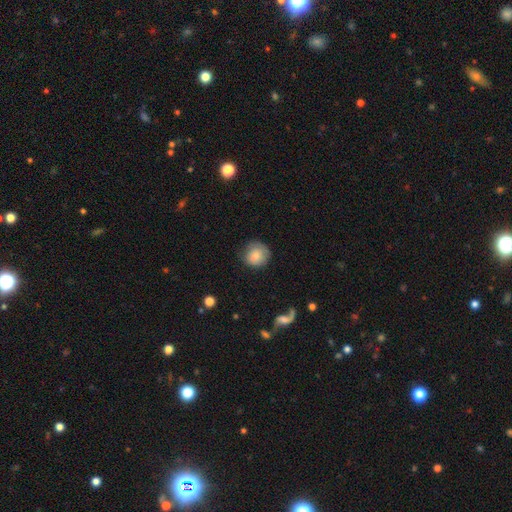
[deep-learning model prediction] smooth_or_featured: smooth (p=0.77) [alt: featured or disk p=0.16]
how_rounded: round (p=0.89) [alt: in between p=0.10]
merging: none (p=0.73) [alt: minor disturbance p=0.19]